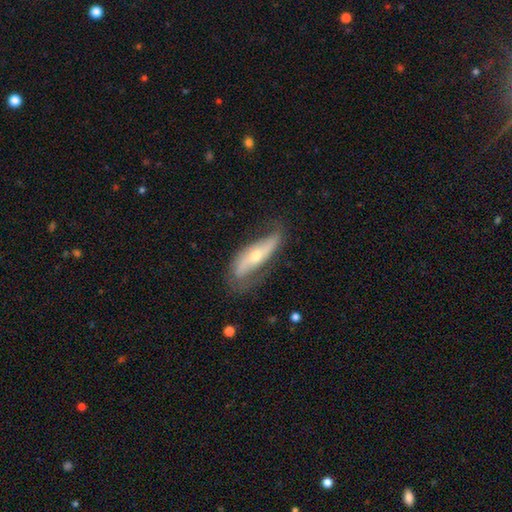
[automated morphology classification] Smooth or featured?
  - featured or disk: 67% *
  - smooth: 26%
  - star or artifact: 6%
Edge-on disk?
  - no: 70% *
  - yes: 30%
Merging?
  - none: 55% *
  - minor disturbance: 29%
  - major disturbance: 14%
  - merger: 2%